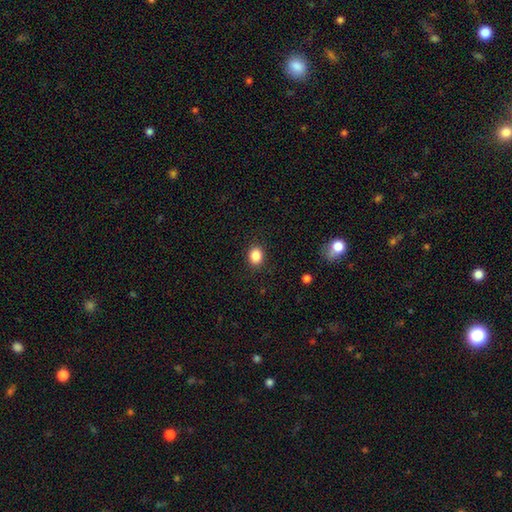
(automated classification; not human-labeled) Smooth or featured: smooth — 85% (star or artifact — 10%)
How rounded: round — 60% (in between — 39%)
Merging: none — 89% (minor disturbance — 7%)